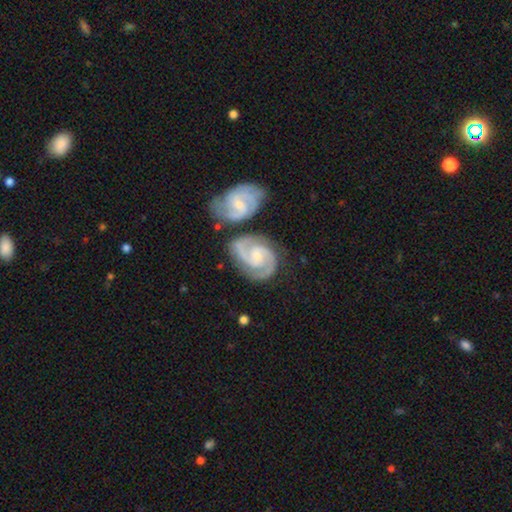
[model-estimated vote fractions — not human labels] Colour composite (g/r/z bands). It shows a featured or disk galaxy (91%) with no bar (53%), 2 (88%) medium (52%) spiral arms (98%) and a small central bulge (62%). Merging: none (53%).